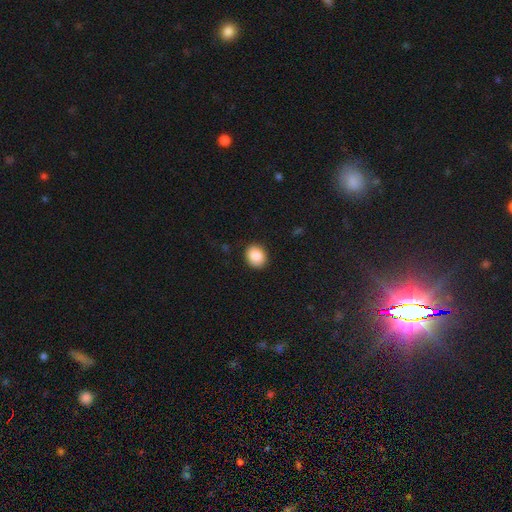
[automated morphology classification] This is clearly a smooth galaxy (88%). How rounded: likely round (60%). Merging: clearly none (89%).